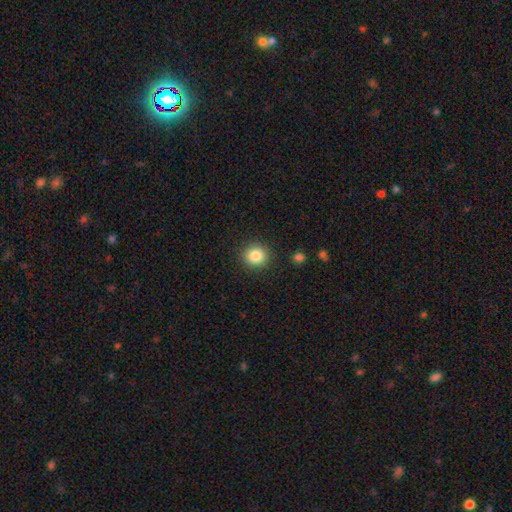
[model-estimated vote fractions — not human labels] Overall: smooth (85%). How rounded: round (87%). Merging: none (89%).